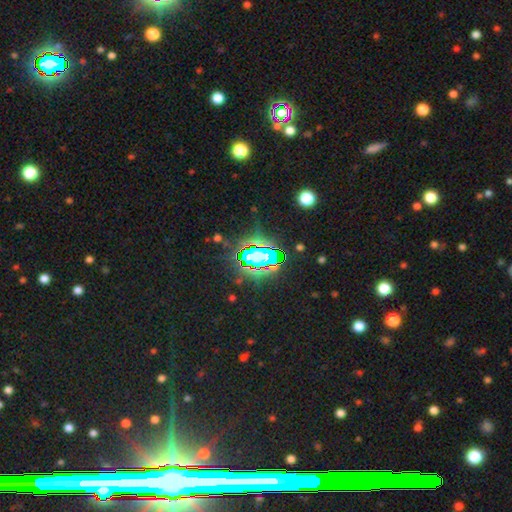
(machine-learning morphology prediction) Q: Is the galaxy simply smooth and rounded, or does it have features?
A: star or artifact — 69%.